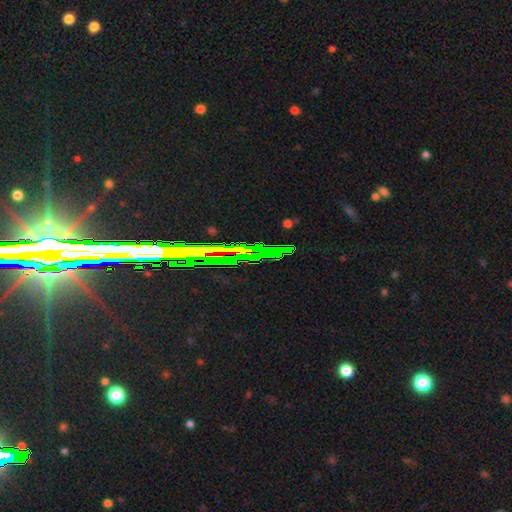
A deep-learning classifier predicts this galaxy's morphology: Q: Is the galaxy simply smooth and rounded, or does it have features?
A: star or artifact — 76%.